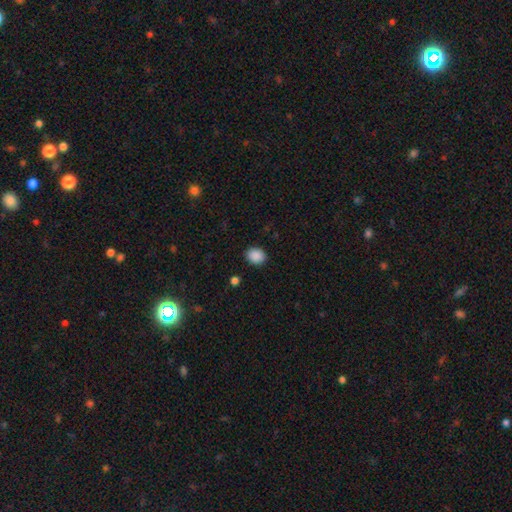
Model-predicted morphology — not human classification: Smooth or featured: smooth — 89% (star or artifact — 8%)
How rounded: in between — 51% (round — 48%)
Merging: none — 88% (minor disturbance — 8%)